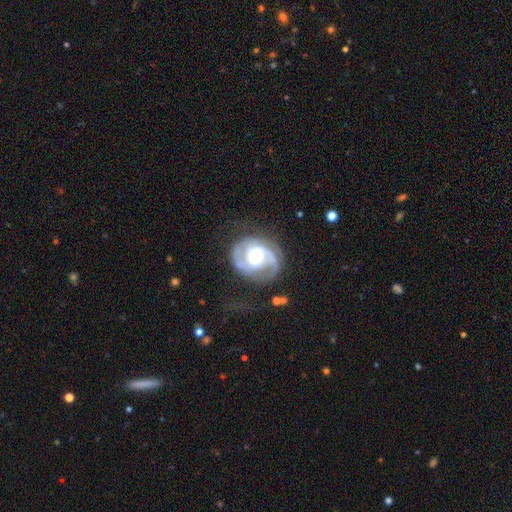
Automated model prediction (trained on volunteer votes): A featured or disk galaxy (86%) with no bar (64%), 2 (77%) tight (47%) spiral arms (95%) and a moderate central bulge (41%). Merging: none (61%).